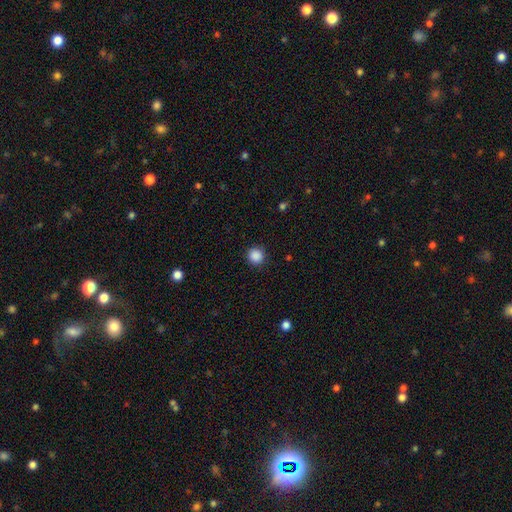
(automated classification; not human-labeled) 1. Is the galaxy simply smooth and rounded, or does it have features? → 88% smooth, 10% star or artifact, 2% featured or disk.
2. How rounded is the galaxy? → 92% round, 7% in between, 1% cigar-shaped.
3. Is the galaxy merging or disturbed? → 90% none, 7% minor disturbance, 2% major disturbance, 1% merger.